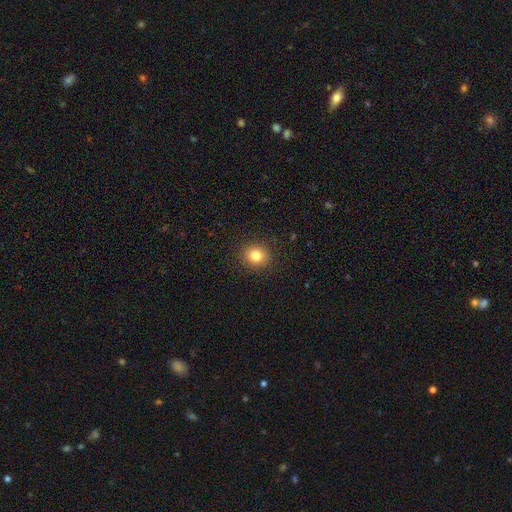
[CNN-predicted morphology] smooth 82%, star or artifact 12%, featured or disk 7%. Down the decision tree: how rounded — round (79%); merging — none (90%).